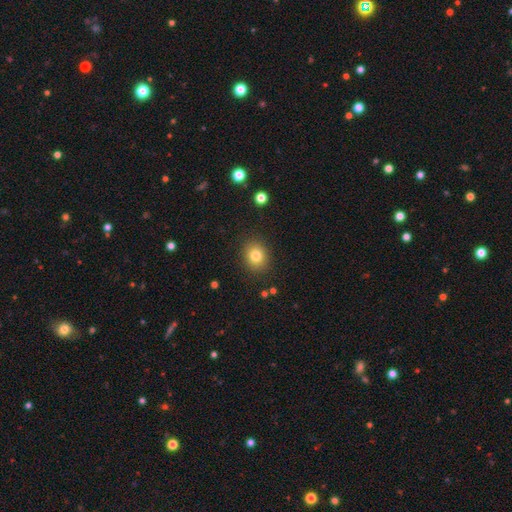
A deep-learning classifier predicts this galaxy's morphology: Smooth or featured? Predicted: smooth (p=0.80). How rounded? Predicted: round (p=0.69). Merging? Predicted: none (p=0.88).